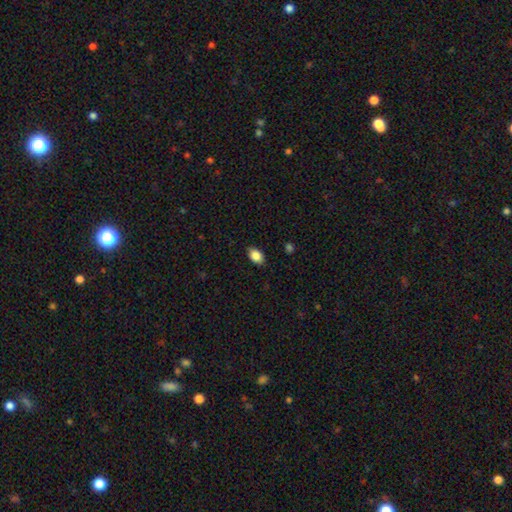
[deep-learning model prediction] smooth-or-featured: smooth: 87% | star or artifact: 8% | featured or disk: 5%
  how-rounded: in between: 85% | round: 13% | cigar-shaped: 1%
  merging: none: 86% | minor disturbance: 11% | major disturbance: 2% | merger: 1%